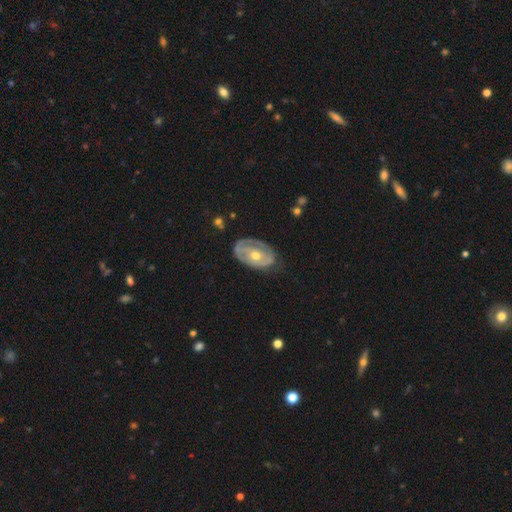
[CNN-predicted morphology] Smooth or featured? Predicted: featured or disk (p=0.72). Edge-on disk? Predicted: no (p=0.94). Bar? Predicted: no (p=0.67). Spiral arms? Predicted: yes (p=0.65). Bulge size? Predicted: moderate (p=0.68). Merging? Predicted: none (p=0.64).